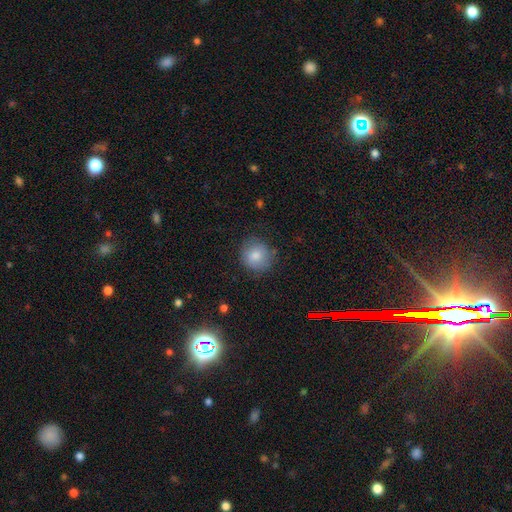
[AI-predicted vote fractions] This is clearly a smooth galaxy (81%). How rounded: clearly round (89%). Merging: likely none (78%).